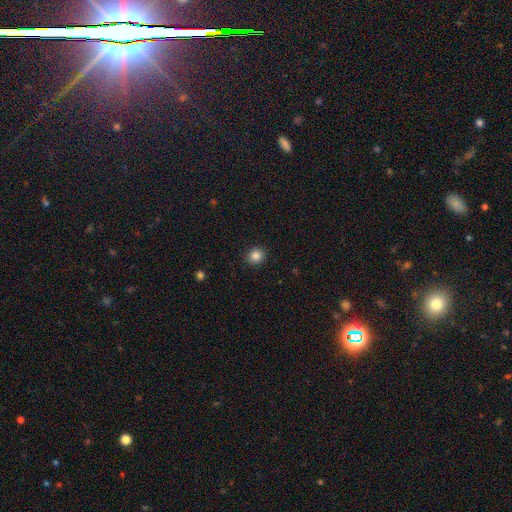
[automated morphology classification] Overall: smooth (85%). How rounded: round (87%). Merging: none (92%).